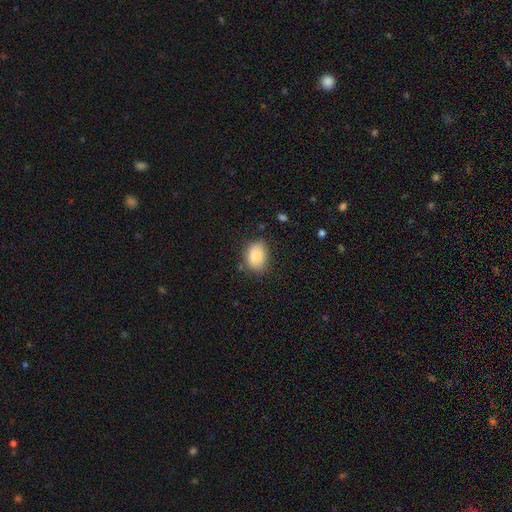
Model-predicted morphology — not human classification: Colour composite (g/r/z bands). It shows a smooth galaxy with no disk features (86%) that is in between round and cigar-shaped (74%). Merging: none (75%).